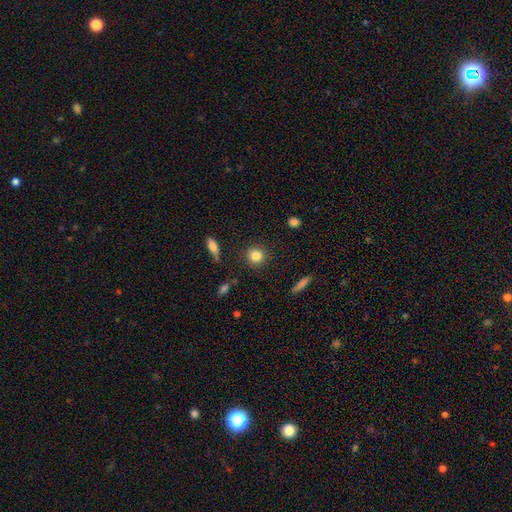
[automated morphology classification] smooth_or_featured: smooth (p=0.84) [alt: star or artifact p=0.10]
how_rounded: round (p=0.90) [alt: in between p=0.08]
merging: none (p=0.90) [alt: minor disturbance p=0.07]